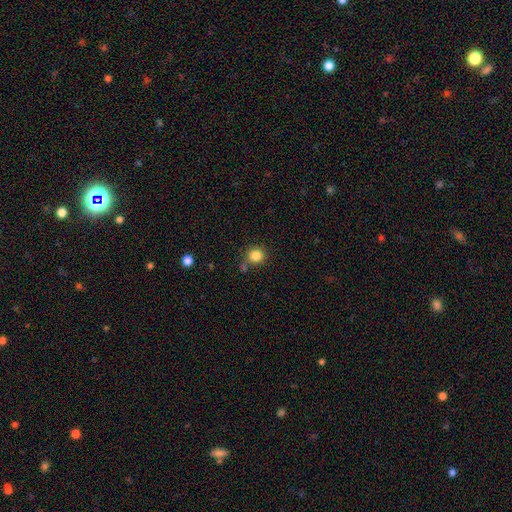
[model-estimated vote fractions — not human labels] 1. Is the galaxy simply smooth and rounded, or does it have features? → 84% smooth, 11% star or artifact, 5% featured or disk.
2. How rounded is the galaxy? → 89% round, 10% in between, 1% cigar-shaped.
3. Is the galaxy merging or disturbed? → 74% none, 12% minor disturbance, 10% merger, 4% major disturbance.